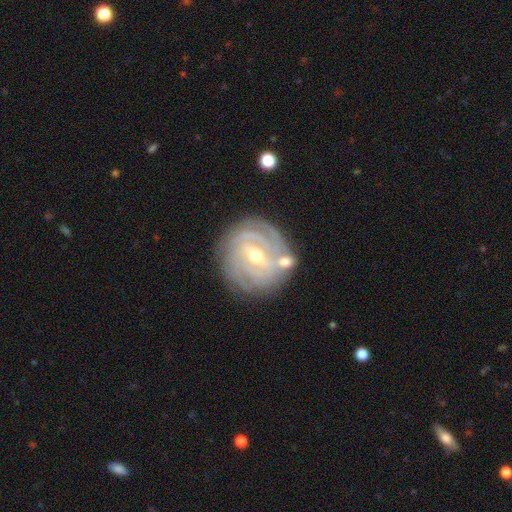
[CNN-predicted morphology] Smooth or featured?
  - featured or disk: 87% *
  - smooth: 8%
  - star or artifact: 5%
Edge-on disk?
  - no: 97% *
  - yes: 3%
Bar?
  - weak: 53% *
  - strong: 31%
  - no: 16%
Spiral arms?
  - yes: 96% *
  - no: 4%
Spiral winding?
  - tight: 79% *
  - medium: 18%
  - loose: 3%
Spiral arm count?
  - 3: 30% *
  - can't tell: 24%
  - 4: 21%
  - 2: 14%
  - more than 4: 6%
  - 1: 5%
Bulge size?
  - moderate: 60% *
  - small: 36%
  - large: 2%
  - none: 1%
  - dominant: 1%
Merging?
  - none: 75% *
  - minor disturbance: 13%
  - merger: 7%
  - major disturbance: 4%